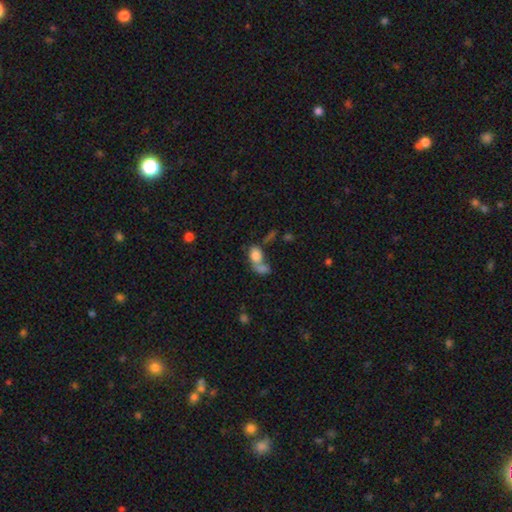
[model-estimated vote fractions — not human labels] smooth_or_featured: smooth (p=0.76) [alt: featured or disk p=0.14]
how_rounded: in between (p=0.67) [alt: round p=0.30]
merging: merger (p=0.61) [alt: none p=0.21]